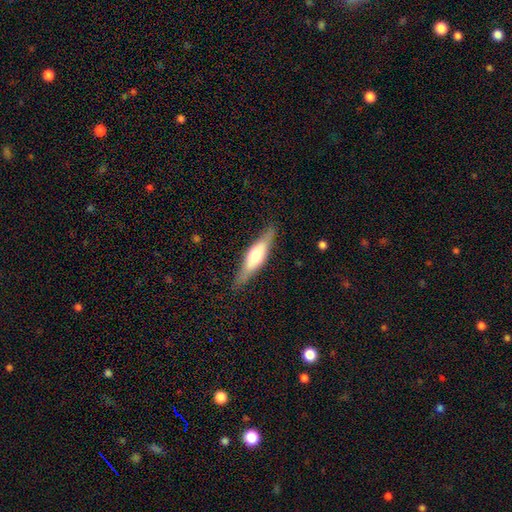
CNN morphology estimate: A featured or disk galaxy (53%) viewed edge-on (89%). Merging: none (85%).